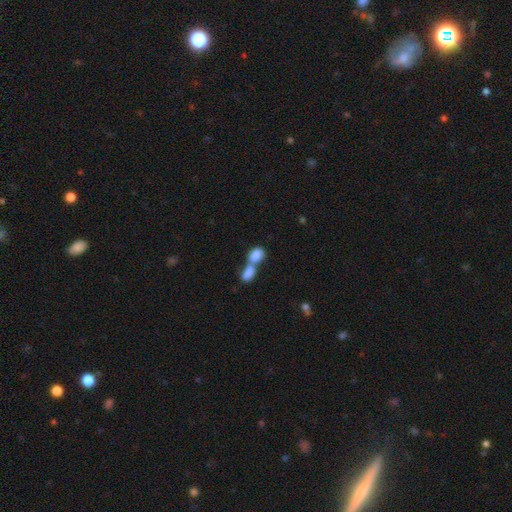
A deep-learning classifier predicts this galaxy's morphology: smooth 83%, featured or disk 9%, star or artifact 7%. Down the decision tree: how rounded — in between (74%); merging — merger (75%).